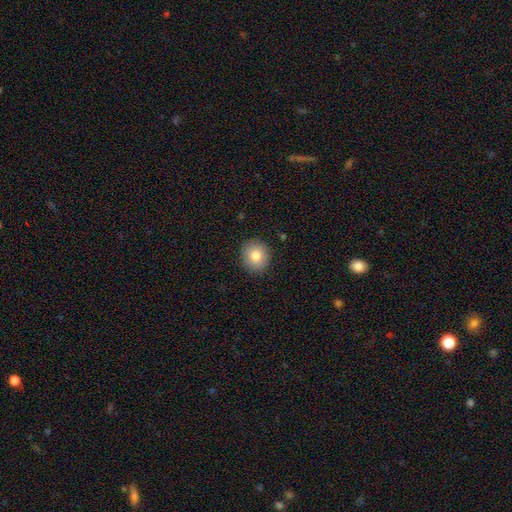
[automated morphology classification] type=smooth (82%); roundness=round (81%); merging=none (89%).